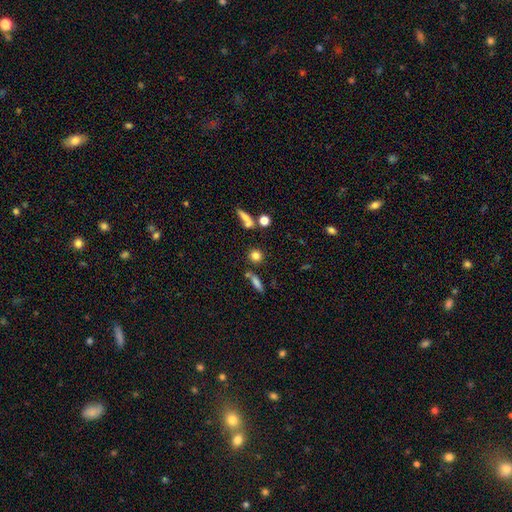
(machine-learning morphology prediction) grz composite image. It shows a smooth galaxy with no disk features (78%) that is round (82%). Merging: none (72%).